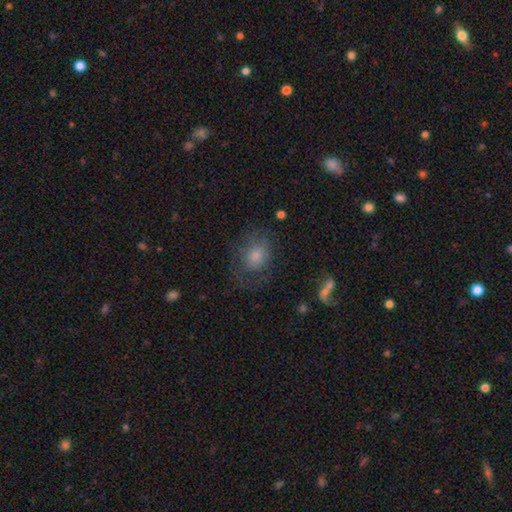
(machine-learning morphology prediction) This appears to be a smooth galaxy with no disk features (53%) that is in between round and cigar-shaped (54%). Merging: none (58%).